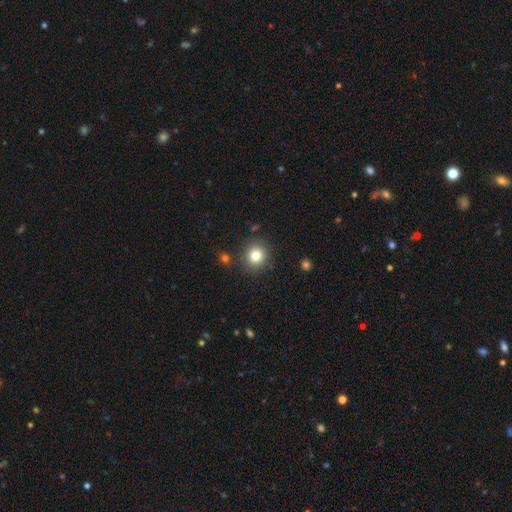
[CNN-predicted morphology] smooth-or-featured: smooth: 79% | star or artifact: 12% | featured or disk: 8%
  how-rounded: round: 91% | in between: 8% | cigar-shaped: 1%
  merging: none: 87% | minor disturbance: 7% | merger: 3% | major disturbance: 3%